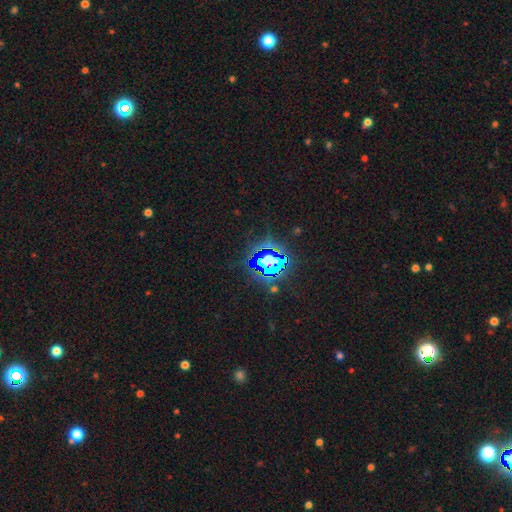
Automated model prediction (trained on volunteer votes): smooth-or-featured: star or artifact: 77% | smooth: 14% | featured or disk: 9%